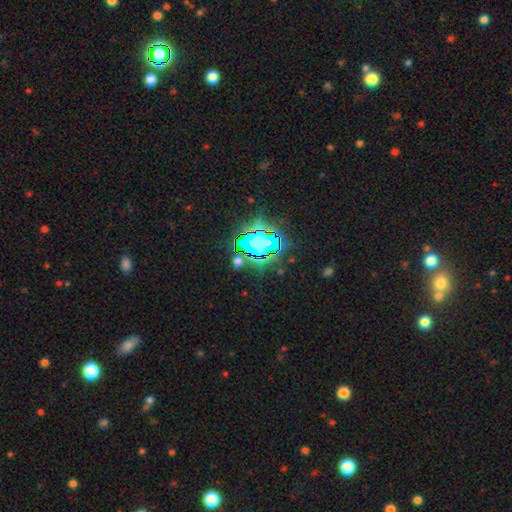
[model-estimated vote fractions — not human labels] Smooth or featured: star or artifact — 81% (smooth — 11%)